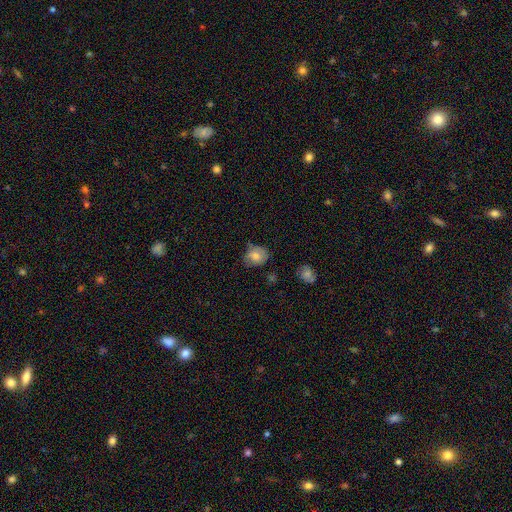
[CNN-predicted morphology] Smooth or featured: smooth — 69% (featured or disk — 23%)
How rounded: round — 54% (in between — 45%)
Merging: none — 55% (minor disturbance — 32%)